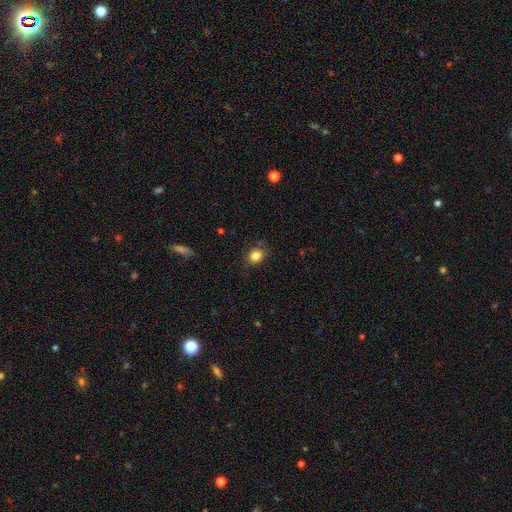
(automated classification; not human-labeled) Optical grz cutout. It shows a smooth galaxy with no disk features (83%) that is round (57%). Merging: none (81%).